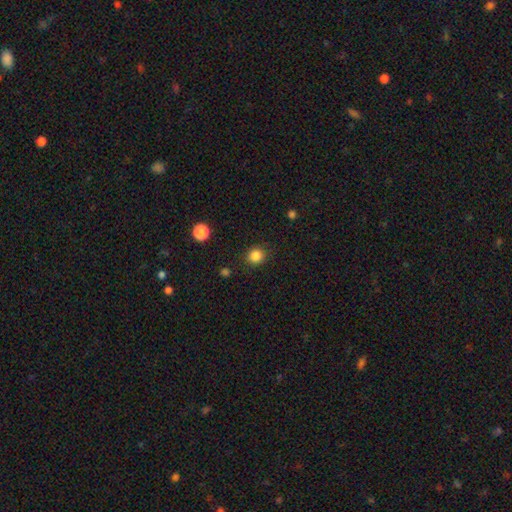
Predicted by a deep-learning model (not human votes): A smooth galaxy with no disk features (84%) that is round (84%).

Vote fractions:
- Smooth or featured? smooth: 84% / star or artifact: 12% / featured or disk: 4%
- How rounded? round: 84% / in between: 15% / cigar-shaped: 1%
- Merging? none: 88% / minor disturbance: 8% / major disturbance: 3% / merger: 1%